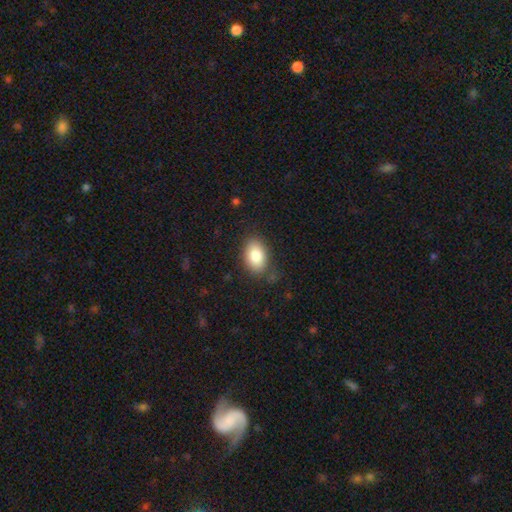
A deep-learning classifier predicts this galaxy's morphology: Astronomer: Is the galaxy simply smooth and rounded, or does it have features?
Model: smooth — 84%.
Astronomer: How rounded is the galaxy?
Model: in between — 88%.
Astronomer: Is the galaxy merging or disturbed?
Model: none — 80%.